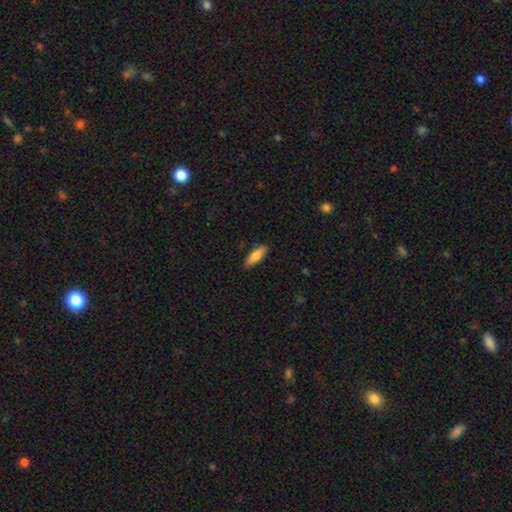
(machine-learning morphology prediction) Q: Smooth or featured?
A: smooth (75%); runner-up: featured or disk (19%)
Q: How rounded?
A: in between (50%); runner-up: cigar-shaped (48%)
Q: Merging?
A: none (87%); runner-up: minor disturbance (10%)